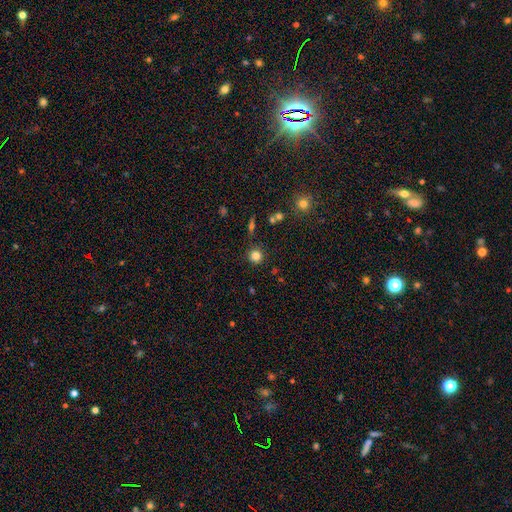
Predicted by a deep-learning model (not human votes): Overall: smooth (82%). How rounded: round (93%). Merging: none (86%).